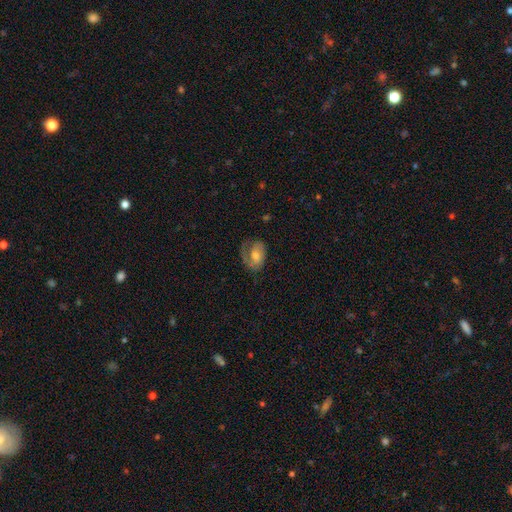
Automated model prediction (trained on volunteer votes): smooth_or_featured: featured or disk (p=0.59) [alt: smooth p=0.33]
disk_edge_on: no (p=0.96) [alt: yes p=0.04]
bar: no (p=0.61) [alt: weak p=0.31]
has_spiral_arms: yes (p=0.81) [alt: no p=0.19]
bulge_size: moderate (p=0.60) [alt: small p=0.27]
merging: none (p=0.55) [alt: minor disturbance p=0.22]